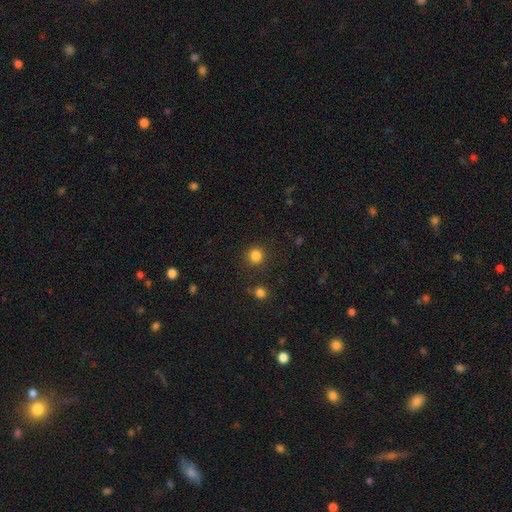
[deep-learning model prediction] The model was most divided on "smooth or featured": smooth: 83%, star or artifact: 13%, featured or disk: 4%. More confident: how rounded — round (93%); merging — none (87%).